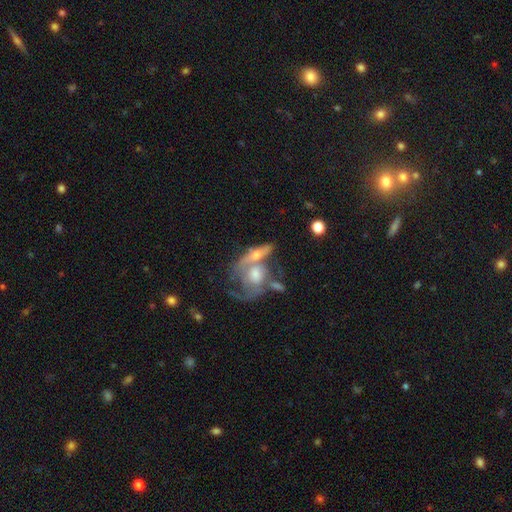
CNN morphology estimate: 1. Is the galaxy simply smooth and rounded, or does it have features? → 64% featured or disk, 27% smooth, 9% star or artifact.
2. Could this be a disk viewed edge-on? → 78% no, 22% yes.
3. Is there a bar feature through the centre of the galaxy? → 74% no, 21% weak, 5% strong.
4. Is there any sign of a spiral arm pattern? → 55% yes, 45% no.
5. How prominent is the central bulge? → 54% moderate, 23% small, 13% large, 8% none, 2% dominant.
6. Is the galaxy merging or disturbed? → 52% merger, 23% none, 13% major disturbance, 12% minor disturbance.